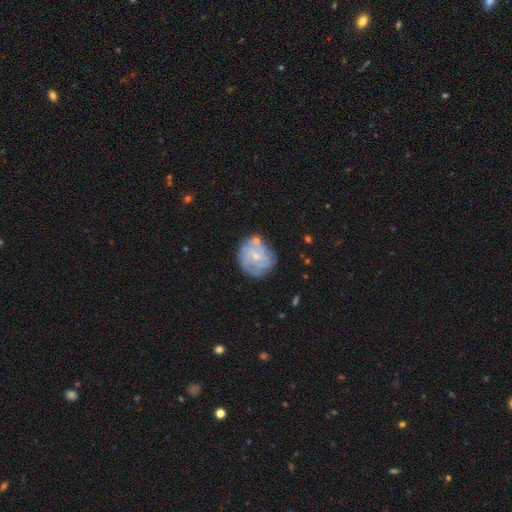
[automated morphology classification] Smooth or featured?
  - featured or disk: 68% *
  - smooth: 26%
  - star or artifact: 6%
Edge-on disk?
  - no: 98% *
  - yes: 2%
Bar?
  - no: 56% *
  - weak: 38%
  - strong: 6%
Spiral arms?
  - yes: 81% *
  - no: 19%
Spiral winding?
  - tight: 59% *
  - medium: 31%
  - loose: 10%
Spiral arm count?
  - can't tell: 43% *
  - 3: 19%
  - 2: 17%
  - 4: 11%
  - 1: 5%
  - more than 4: 4%
Bulge size?
  - small: 69% *
  - moderate: 22%
  - none: 7%
  - large: 1%
  - dominant: 1%
Merging?
  - none: 63% *
  - minor disturbance: 21%
  - major disturbance: 8%
  - merger: 8%